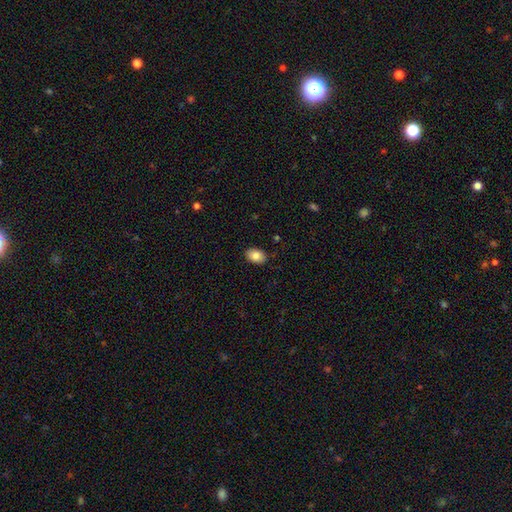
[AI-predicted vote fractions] A smooth galaxy with no disk features (85%) that is in between round and cigar-shaped (83%).

Vote fractions:
- Smooth or featured? smooth: 85% / featured or disk: 8% / star or artifact: 7%
- How rounded? in between: 83% / round: 15% / cigar-shaped: 1%
- Merging? none: 88% / minor disturbance: 9% / major disturbance: 2% / merger: 1%